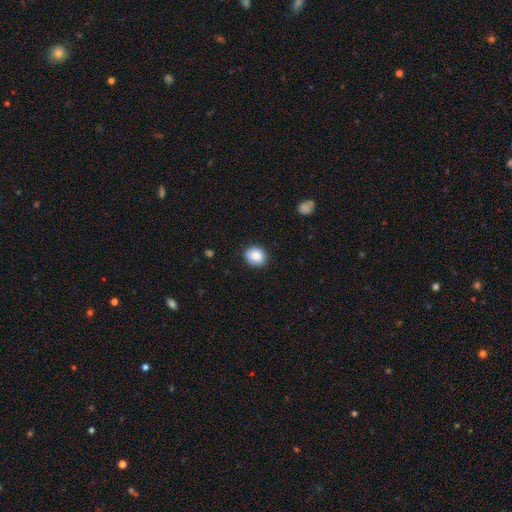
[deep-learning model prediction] Q: Smooth or featured?
A: smooth (87%); runner-up: star or artifact (8%)
Q: How rounded?
A: round (65%); runner-up: in between (34%)
Q: Merging?
A: none (88%); runner-up: minor disturbance (9%)